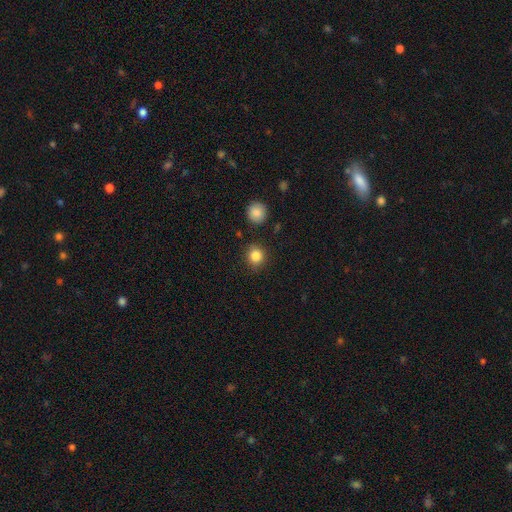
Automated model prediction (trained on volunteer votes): Smooth or featured? Predicted: smooth (p=0.85). How rounded? Predicted: round (p=0.89). Merging? Predicted: none (p=0.87).